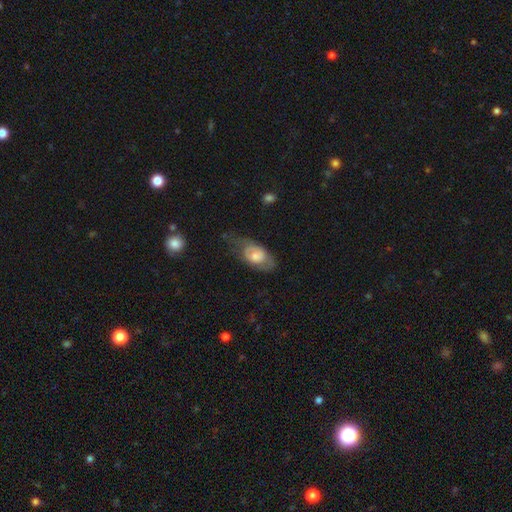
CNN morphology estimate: Smooth or featured?
  - smooth: 49% *
  - featured or disk: 44%
  - star or artifact: 7%
Merging?
  - none: 45% *
  - minor disturbance: 29%
  - major disturbance: 23%
  - merger: 3%